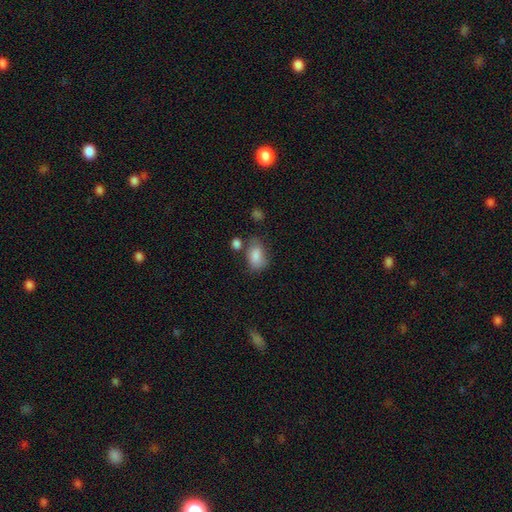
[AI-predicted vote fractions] Smooth or featured?
  - smooth: 82% *
  - star or artifact: 9%
  - featured or disk: 9%
How rounded?
  - in between: 81% *
  - round: 17%
  - cigar-shaped: 1%
Merging?
  - none: 55% *
  - minor disturbance: 25%
  - merger: 11%
  - major disturbance: 10%